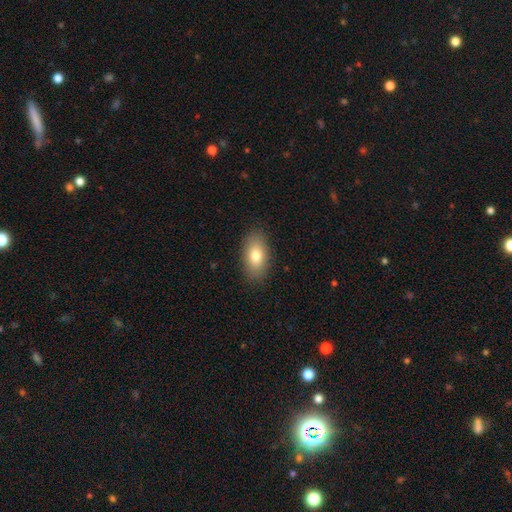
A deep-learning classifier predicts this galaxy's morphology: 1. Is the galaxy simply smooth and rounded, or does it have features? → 78% smooth, 14% featured or disk, 8% star or artifact.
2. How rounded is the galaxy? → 91% in between, 6% round, 3% cigar-shaped.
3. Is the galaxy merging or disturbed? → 87% none, 9% minor disturbance, 3% major disturbance, 1% merger.